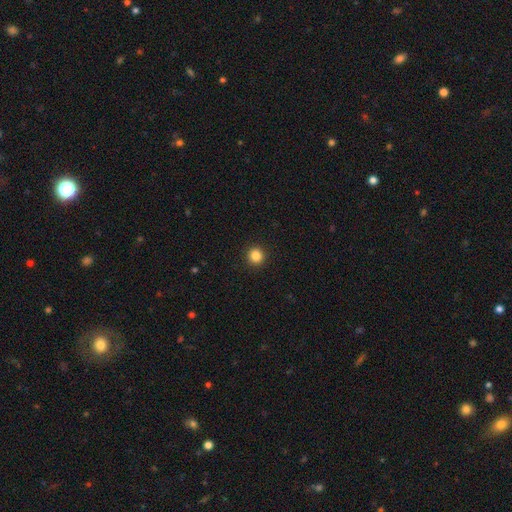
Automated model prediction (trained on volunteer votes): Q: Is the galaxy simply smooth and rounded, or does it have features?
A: smooth — 85%.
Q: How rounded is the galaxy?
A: round — 95%.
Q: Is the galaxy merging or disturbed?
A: none — 94%.